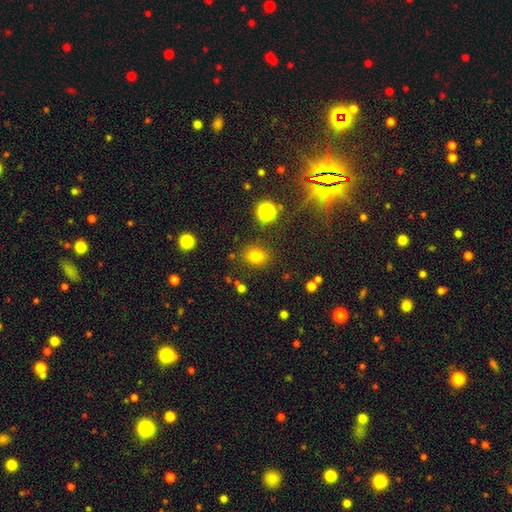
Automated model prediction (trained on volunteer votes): A smooth galaxy with no disk features (76%) that is in between round and cigar-shaped (51%).

Vote fractions:
- Smooth or featured? smooth: 76% / star or artifact: 16% / featured or disk: 7%
- How rounded? in between: 51% / round: 47% / cigar-shaped: 1%
- Merging? none: 82% / minor disturbance: 11% / merger: 4% / major disturbance: 4%